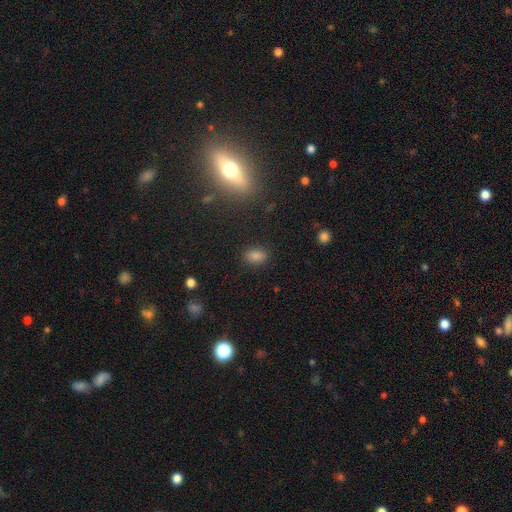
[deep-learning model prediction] Smooth or featured: smooth — 77% (star or artifact — 16%)
How rounded: in between — 82% (round — 15%)
Merging: none — 87% (minor disturbance — 9%)